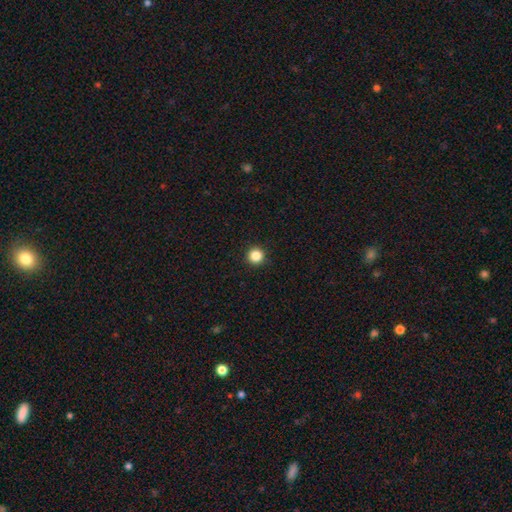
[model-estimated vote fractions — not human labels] Morphology: type=smooth (86%); roundness=round (96%); merging=none (93%).